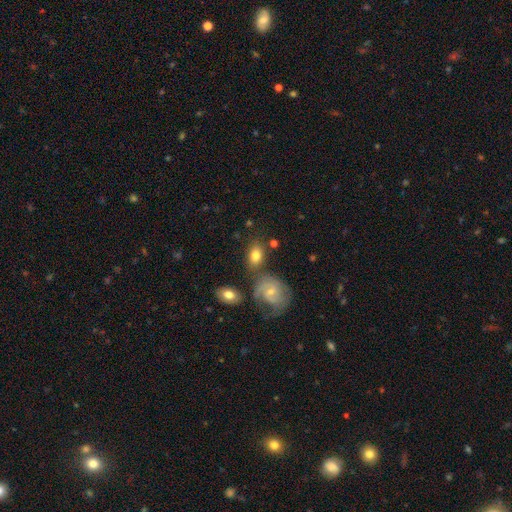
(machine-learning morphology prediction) Q: Smooth or featured?
A: smooth (71%); runner-up: featured or disk (21%)
Q: How rounded?
A: in between (81%); runner-up: round (18%)
Q: Merging?
A: none (63%); runner-up: minor disturbance (17%)